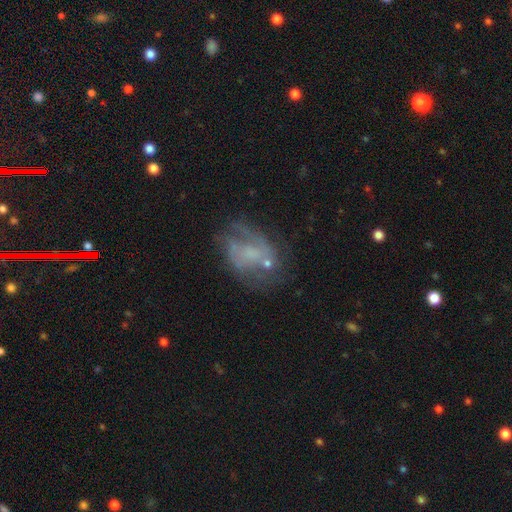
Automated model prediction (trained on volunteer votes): Smooth or featured: featured or disk — 61% (smooth — 26%)
Edge-on disk: no — 97% (yes — 3%)
Bar: no — 69% (weak — 26%)
Spiral arms: yes — 59% (no — 41%)
Bulge size: none — 46% (small — 32%)
Merging: none — 49% (major disturbance — 21%)